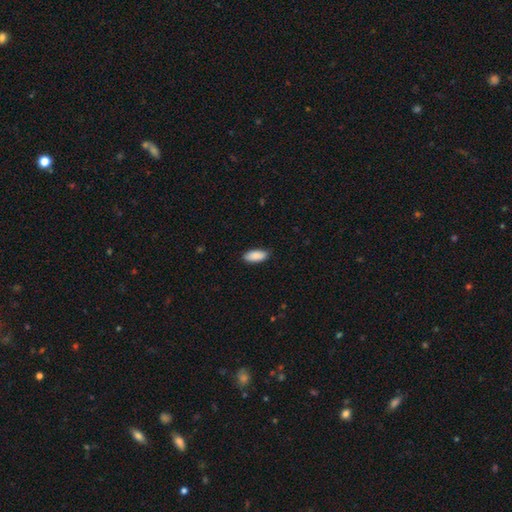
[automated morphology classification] smooth 90%, star or artifact 6%, featured or disk 4%. Down the decision tree: how rounded — in between (87%); merging — none (88%).